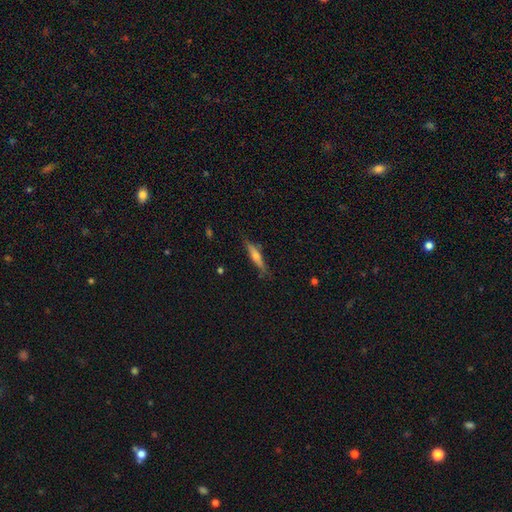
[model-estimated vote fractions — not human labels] Overall: featured or disk (54%; smooth 38%). Edge-on disk: yes (93%). Edge-on bulge: rounded (75%). Merging: none (82%).